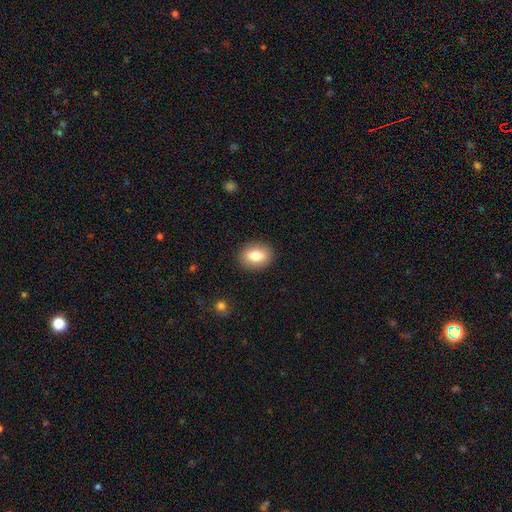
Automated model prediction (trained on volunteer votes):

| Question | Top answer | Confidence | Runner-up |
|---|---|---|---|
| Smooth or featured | smooth | 77% | featured or disk (14%) |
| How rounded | in between | 63% | round (36%) |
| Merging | none | 89% | minor disturbance (8%) |